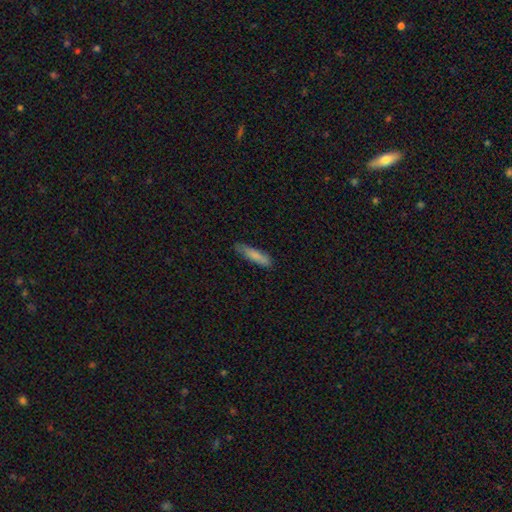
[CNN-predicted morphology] Q: Smooth or featured?
A: smooth (80%); runner-up: featured or disk (14%)
Q: How rounded?
A: cigar-shaped (78%); runner-up: in between (21%)
Q: Merging?
A: none (78%); runner-up: minor disturbance (18%)